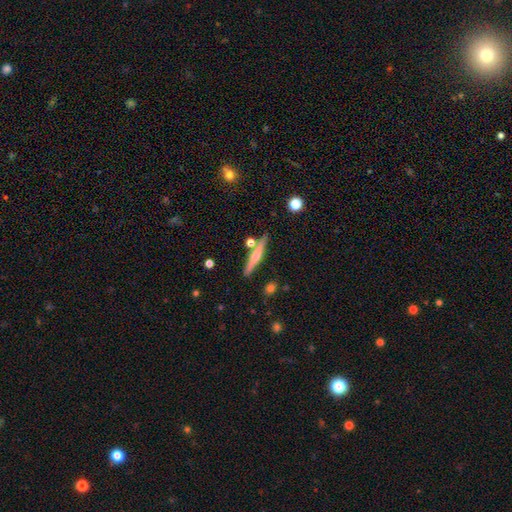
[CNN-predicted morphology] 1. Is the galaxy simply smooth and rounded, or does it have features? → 52% featured or disk, 41% smooth, 7% star or artifact.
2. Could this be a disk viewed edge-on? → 96% yes, 4% no.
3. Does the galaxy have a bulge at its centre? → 73% rounded, 19% none, 8% boxy.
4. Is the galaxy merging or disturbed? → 81% none, 10% minor disturbance, 7% merger, 2% major disturbance.